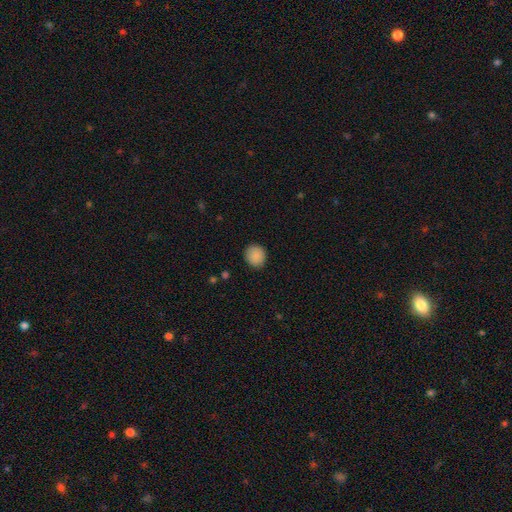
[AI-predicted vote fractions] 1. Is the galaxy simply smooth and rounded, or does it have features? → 89% smooth, 8% star or artifact, 3% featured or disk.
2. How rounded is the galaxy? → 87% round, 12% in between, 1% cigar-shaped.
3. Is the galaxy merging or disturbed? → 89% none, 8% minor disturbance, 2% major disturbance, 1% merger.